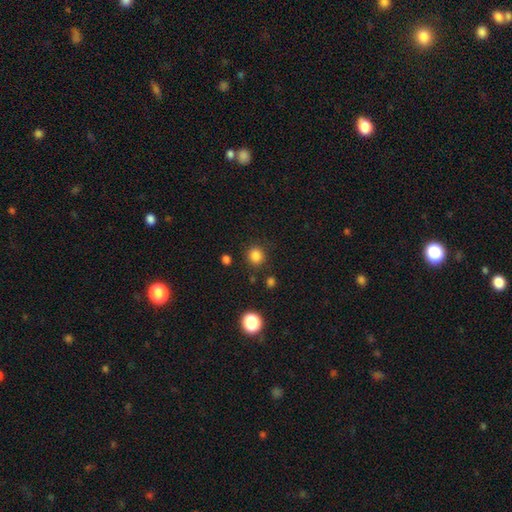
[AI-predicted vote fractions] Smooth or featured: smooth — 84% (star or artifact — 13%)
How rounded: round — 90% (in between — 10%)
Merging: none — 86% (minor disturbance — 8%)